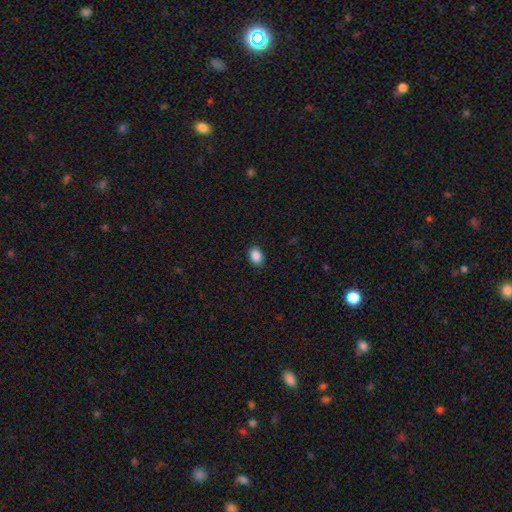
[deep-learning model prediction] Morphology: type=smooth (89%); roundness=in between (73%); merging=none (89%).